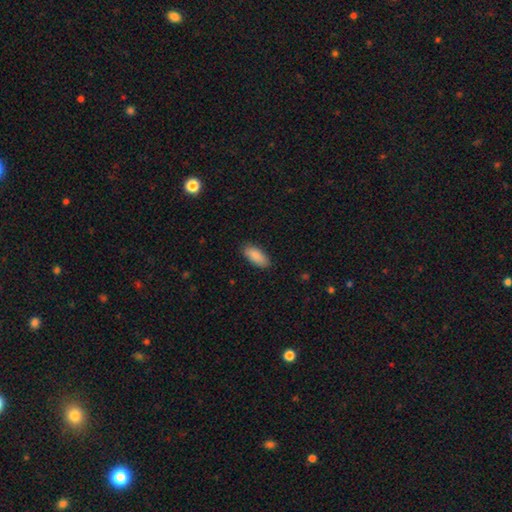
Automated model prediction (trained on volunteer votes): Overall: smooth (89%). How rounded: in between (87%). Merging: none (85%).